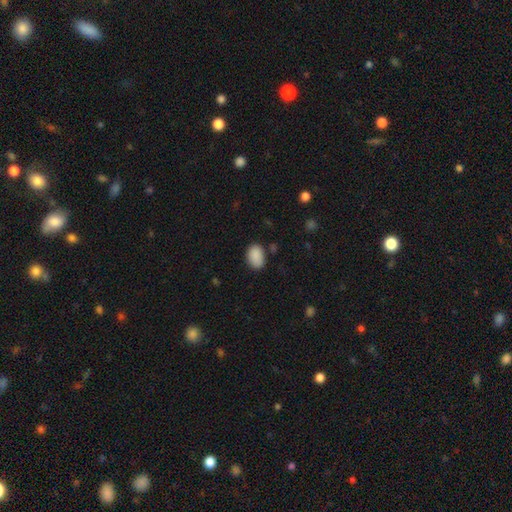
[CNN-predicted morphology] A smooth galaxy with no disk features (89%) that is in between round and cigar-shaped (87%). Merging: none (78%).